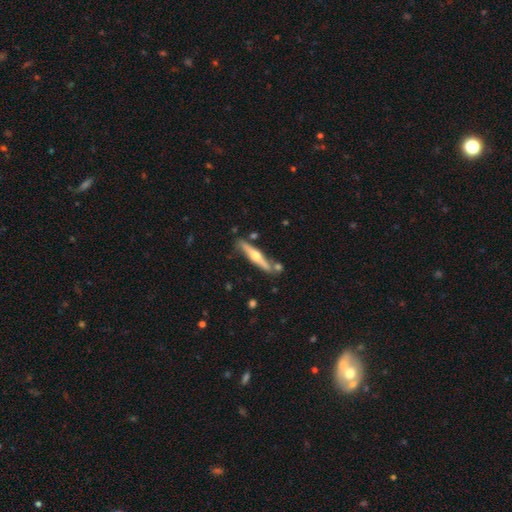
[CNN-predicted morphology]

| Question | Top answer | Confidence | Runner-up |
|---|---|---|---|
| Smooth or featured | featured or disk | 66% | smooth (28%) |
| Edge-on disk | yes | 96% | no (4%) |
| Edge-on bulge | rounded | 94% | none (3%) |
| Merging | none | 79% | minor disturbance (12%) |